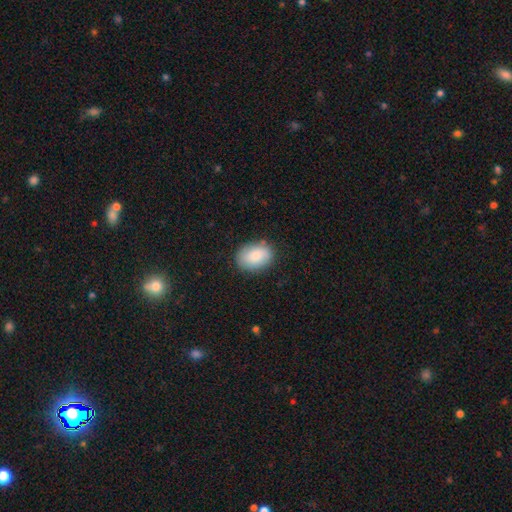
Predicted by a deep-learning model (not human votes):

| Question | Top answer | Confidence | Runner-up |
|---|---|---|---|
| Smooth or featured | smooth | 83% | featured or disk (10%) |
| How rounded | in between | 77% | round (22%) |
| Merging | none | 83% | minor disturbance (13%) |